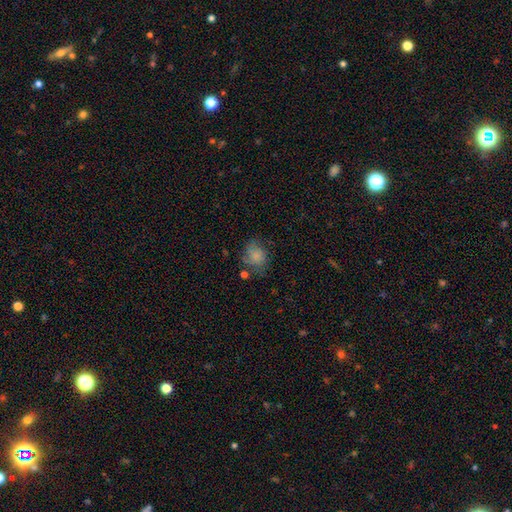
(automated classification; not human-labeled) Morphology: type=smooth (75%); roundness=round (58%); merging=none (54%).